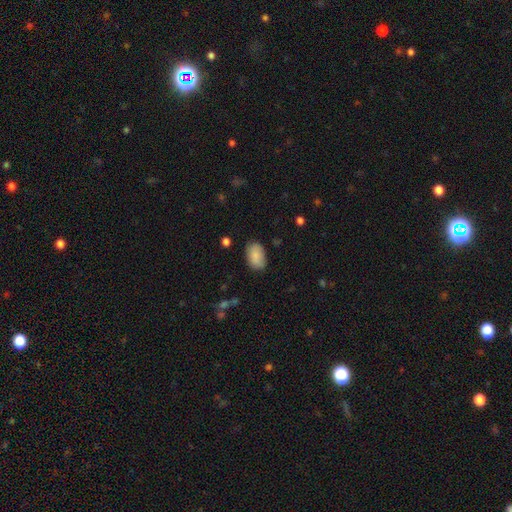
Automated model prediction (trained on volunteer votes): The model was most divided on "merging": none: 82%, minor disturbance: 14%, major disturbance: 3%, merger: 1%. More confident: how rounded — in between (92%); smooth or featured — smooth (88%).